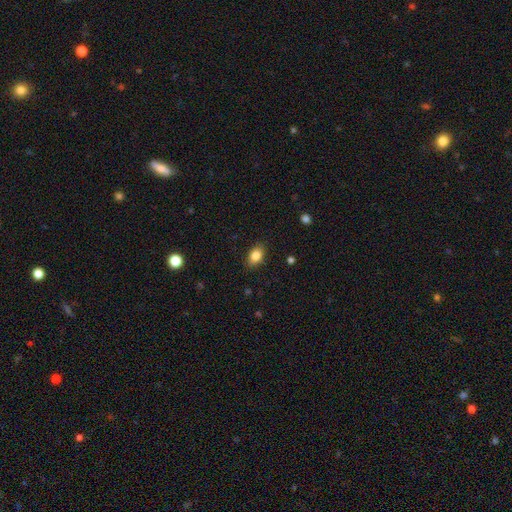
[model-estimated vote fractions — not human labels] Smooth or featured: smooth — 84% (star or artifact — 9%)
How rounded: in between — 81% (round — 17%)
Merging: none — 86% (minor disturbance — 11%)